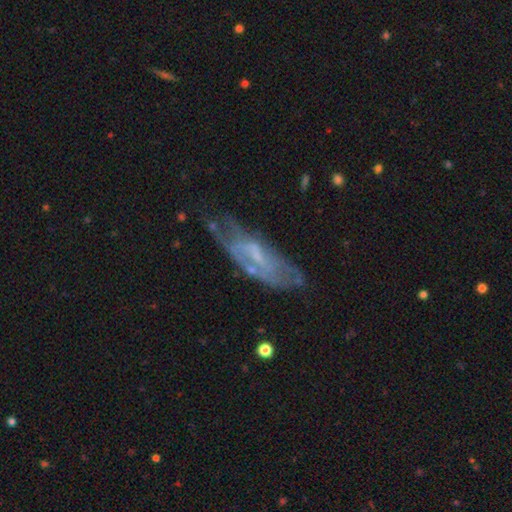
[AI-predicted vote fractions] Smooth or featured?
  - featured or disk: 63% *
  - smooth: 28%
  - star or artifact: 9%
Edge-on disk?
  - no: 77% *
  - yes: 23%
Merging?
  - none: 48% *
  - minor disturbance: 28%
  - major disturbance: 19%
  - merger: 5%